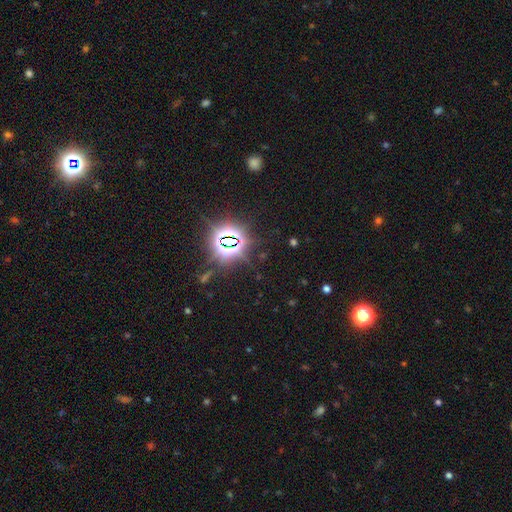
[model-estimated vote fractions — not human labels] Overall: star or artifact (82%).